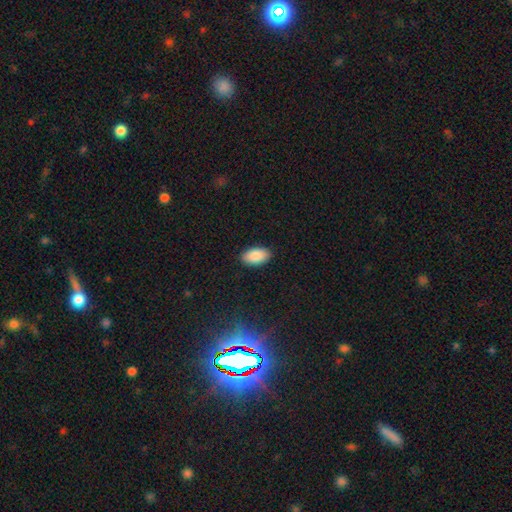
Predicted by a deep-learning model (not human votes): Q: Smooth or featured?
A: smooth (89%); runner-up: star or artifact (7%)
Q: How rounded?
A: in between (95%); runner-up: round (3%)
Q: Merging?
A: none (89%); runner-up: minor disturbance (8%)